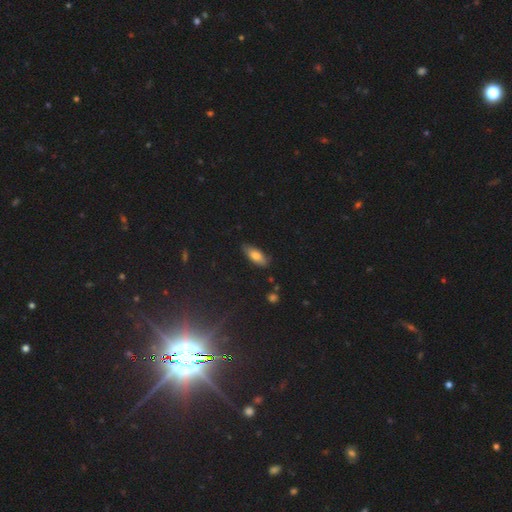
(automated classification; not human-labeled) smooth-or-featured: smooth: 77% | featured or disk: 15% | star or artifact: 7%
  how-rounded: in between: 77% | cigar-shaped: 21% | round: 2%
  merging: none: 82% | minor disturbance: 14% | major disturbance: 3% | merger: 1%